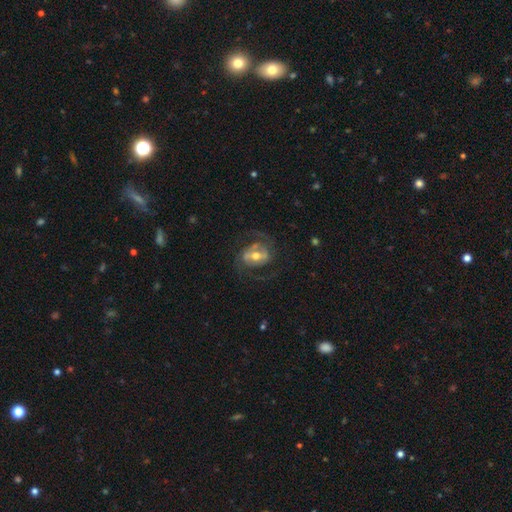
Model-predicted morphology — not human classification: A featured or disk galaxy (77%) with a strong bar (38%, tied with weak), 2 (81%) medium (48%) spiral arms (80%) and a moderate central bulge (71%). Merging: none (63%).